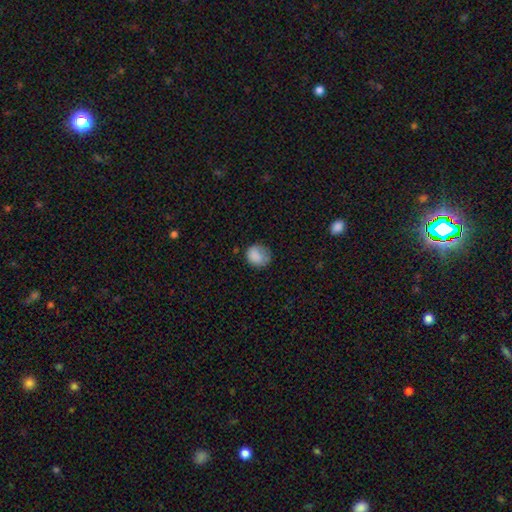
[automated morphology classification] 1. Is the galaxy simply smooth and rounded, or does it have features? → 84% smooth, 9% star or artifact, 7% featured or disk.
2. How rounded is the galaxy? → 71% round, 28% in between, 1% cigar-shaped.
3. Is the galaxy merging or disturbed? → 63% none, 25% minor disturbance, 10% major disturbance, 2% merger.